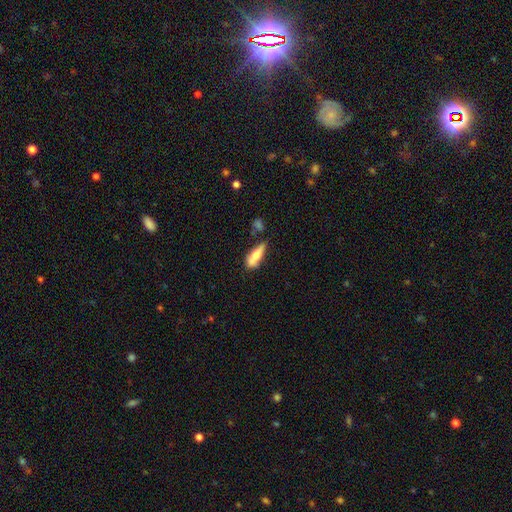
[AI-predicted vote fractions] Smooth or featured? smooth (60%)
How rounded? in between (53%)
Merging? none (42%)